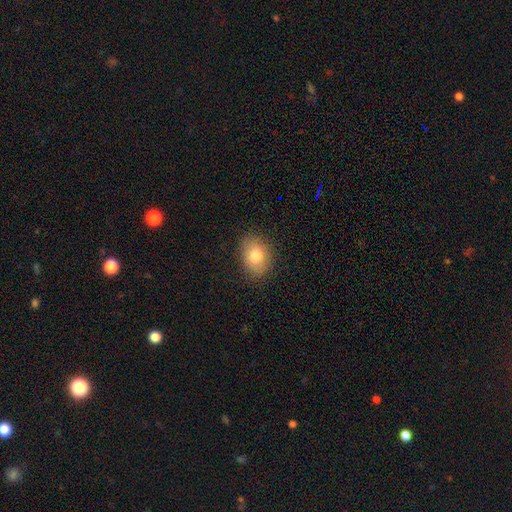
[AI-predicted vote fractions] This is likely a smooth galaxy (80%). How rounded: likely in between (61%). Merging: clearly none (85%).